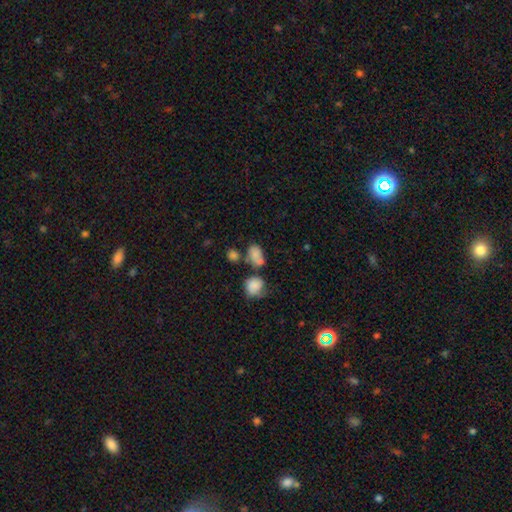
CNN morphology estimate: The model was most divided on "merging": none: 39%, merger: 33%, minor disturbance: 18%, major disturbance: 10%. More confident: smooth or featured — smooth (76%); how rounded — in between (69%).